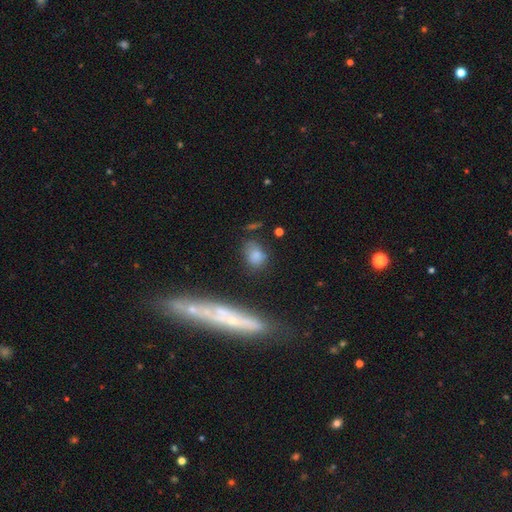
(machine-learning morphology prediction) This is likely a smooth galaxy (76%). How rounded: likely in between (63%). Merging: likely none (63%).